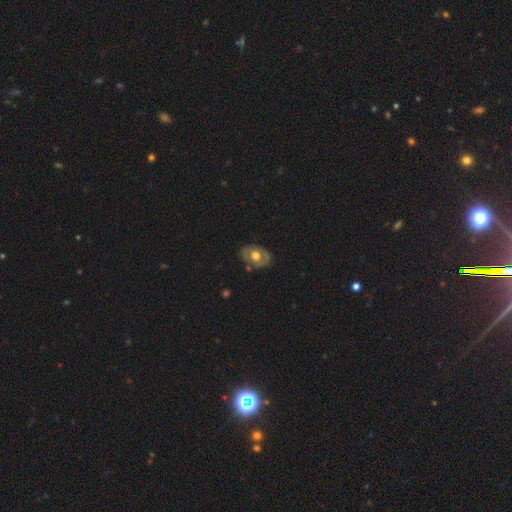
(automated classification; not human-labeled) Smooth or featured? Predicted: featured or disk (p=0.51). Edge-on disk? Predicted: no (p=0.92). Merging? Predicted: none (p=0.78).